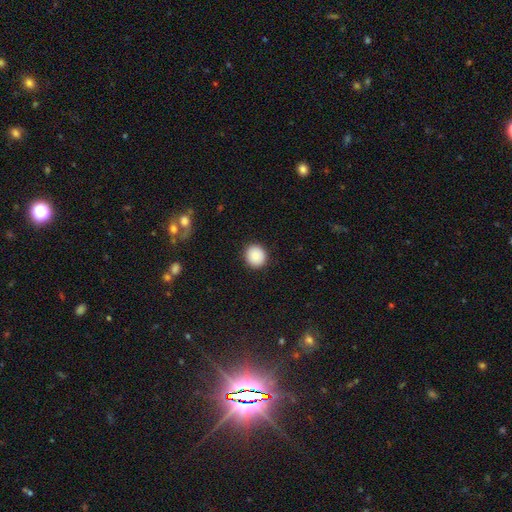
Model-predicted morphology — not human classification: Smooth or featured: smooth — 85% (star or artifact — 8%)
How rounded: round — 87% (in between — 12%)
Merging: none — 90% (minor disturbance — 7%)